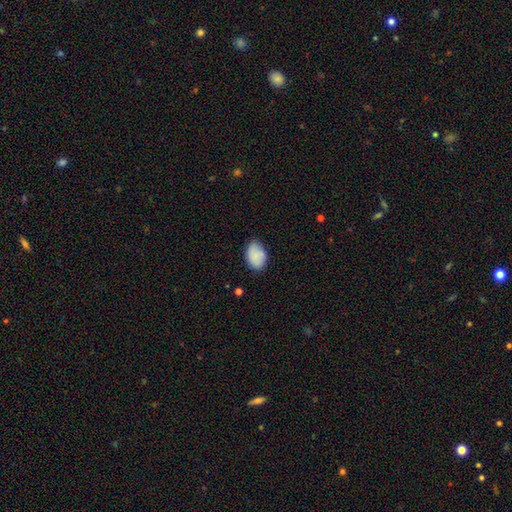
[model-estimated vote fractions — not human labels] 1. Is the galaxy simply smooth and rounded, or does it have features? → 86% smooth, 7% featured or disk, 7% star or artifact.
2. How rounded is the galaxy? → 83% in between, 15% round, 1% cigar-shaped.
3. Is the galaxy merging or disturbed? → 72% none, 23% minor disturbance, 4% major disturbance, 1% merger.